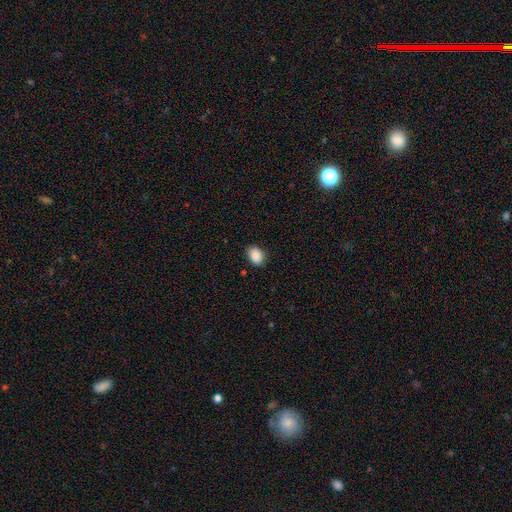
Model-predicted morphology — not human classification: smooth_or_featured: smooth (p=0.89) [alt: star or artifact p=0.08]
how_rounded: in between (p=0.69) [alt: round p=0.30]
merging: none (p=0.83) [alt: minor disturbance p=0.13]